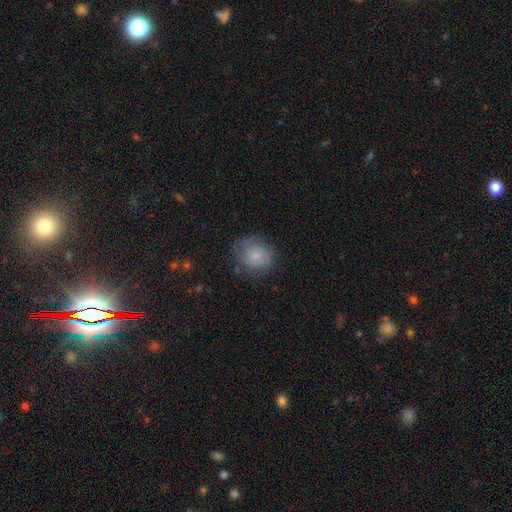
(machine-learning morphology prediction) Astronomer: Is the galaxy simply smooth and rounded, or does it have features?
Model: smooth — 74%.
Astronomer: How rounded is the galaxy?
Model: round — 72%.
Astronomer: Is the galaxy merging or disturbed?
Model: none — 68%.